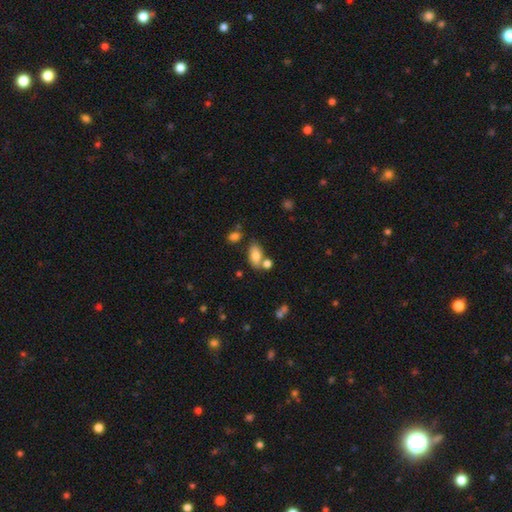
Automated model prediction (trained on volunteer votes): smooth-or-featured: smooth: 80% | featured or disk: 11% | star or artifact: 9%
  how-rounded: in between: 90% | round: 6% | cigar-shaped: 4%
  merging: none: 60% | merger: 21% | minor disturbance: 14% | major disturbance: 4%